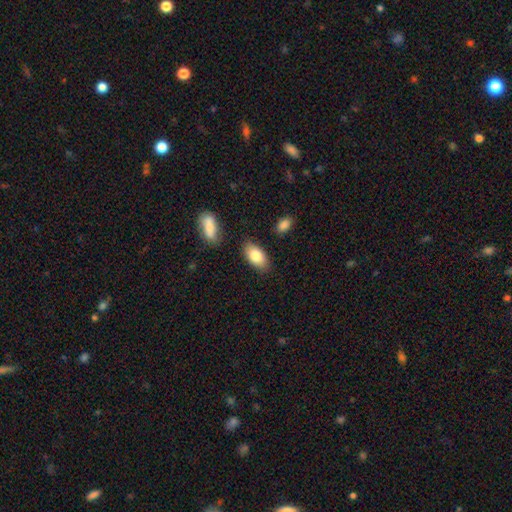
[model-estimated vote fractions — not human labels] Smooth or featured?
  - smooth: 84% *
  - featured or disk: 10%
  - star or artifact: 6%
How rounded?
  - in between: 94% *
  - round: 4%
  - cigar-shaped: 3%
Merging?
  - none: 83% *
  - minor disturbance: 11%
  - merger: 3%
  - major disturbance: 3%